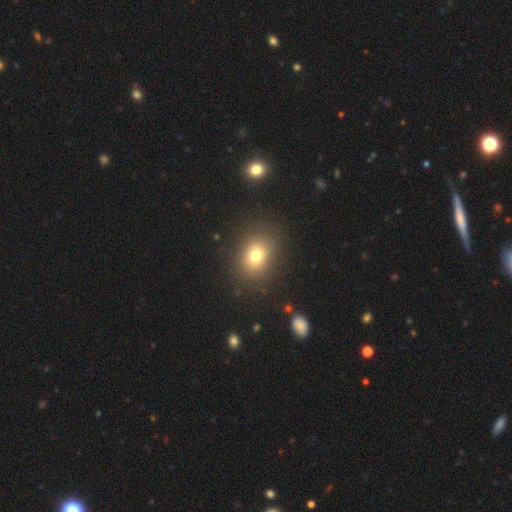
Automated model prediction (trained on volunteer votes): Overall: smooth (76%). How rounded: round (51%; in between 48%). Merging: none (87%).